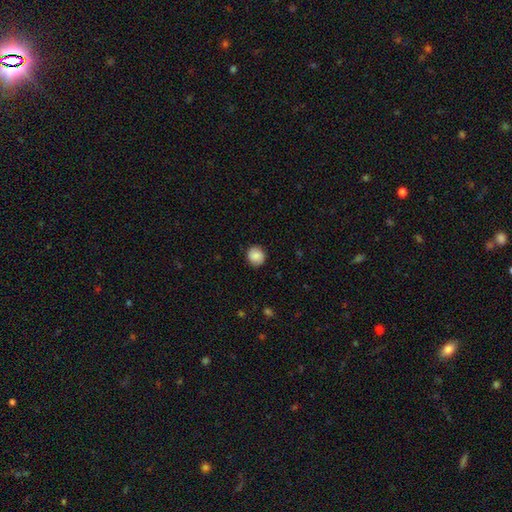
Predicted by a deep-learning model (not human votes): Smooth or featured: smooth — 85% (star or artifact — 8%)
How rounded: round — 87% (in between — 12%)
Merging: none — 88% (minor disturbance — 9%)